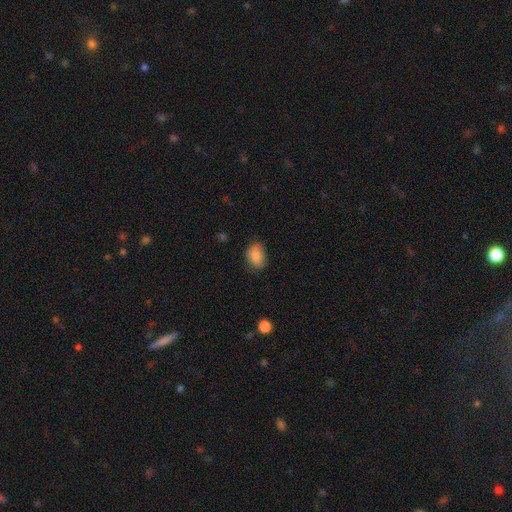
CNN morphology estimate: type=smooth (87%); roundness=in between (76%); merging=none (71%).